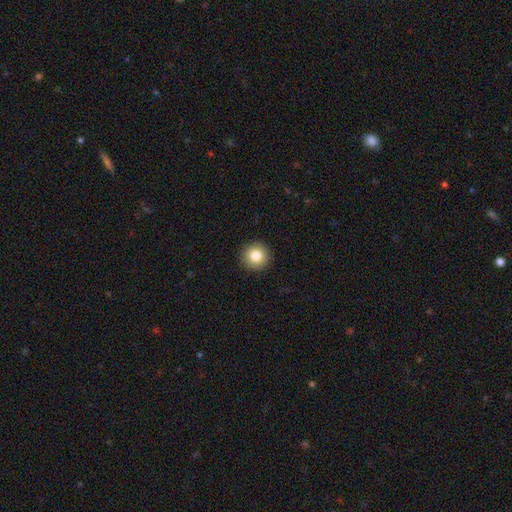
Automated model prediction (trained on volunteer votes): The model was most divided on "smooth or featured": smooth: 83%, star or artifact: 10%, featured or disk: 8%. More confident: how rounded — round (95%); merging — none (92%).